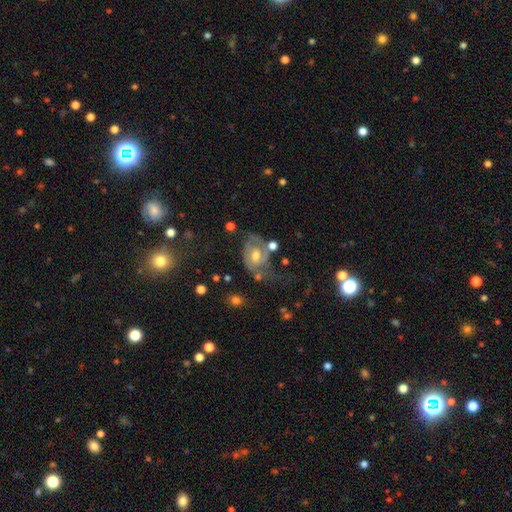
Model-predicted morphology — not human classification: This is likely a featured or disk galaxy (69%). It is clearly not viewed edge-on (96%). Bar: likely no (66%). Spiral arm pattern: likely yes (80%). Spiral arm count: possibly 2 (56%). Spiral winding: marginally medium (40%). Central bulge: likely moderate (70%). Merging: marginally major disturbance (33%).